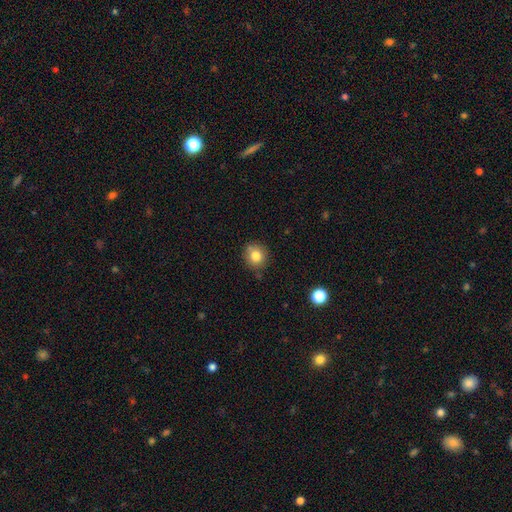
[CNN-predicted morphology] Smooth or featured? Predicted: smooth (p=0.81). How rounded? Predicted: round (p=0.86). Merging? Predicted: none (p=0.80).